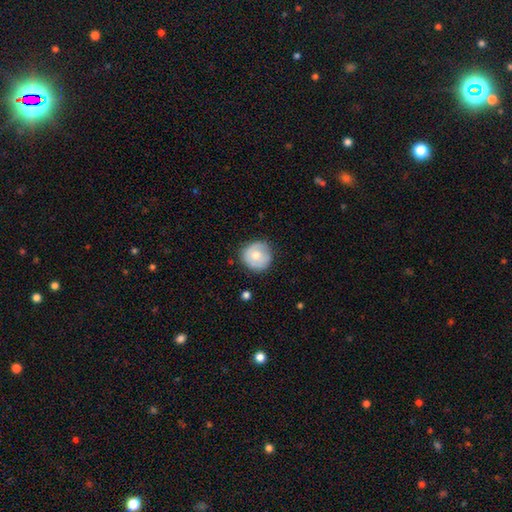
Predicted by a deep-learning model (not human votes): Morphology: type=smooth (60%); roundness=round (92%); merging=none (78%).